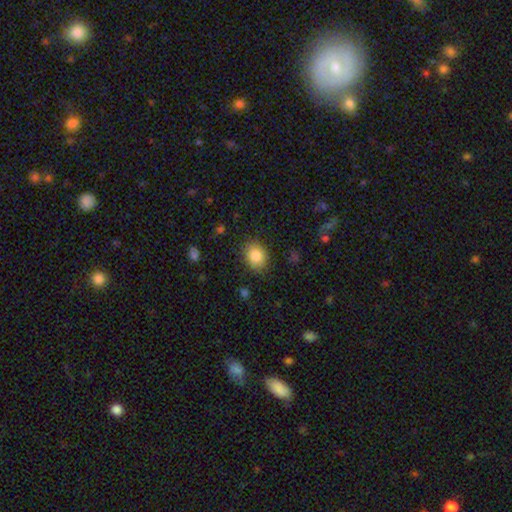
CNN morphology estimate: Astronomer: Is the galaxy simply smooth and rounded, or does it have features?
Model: smooth — 85%.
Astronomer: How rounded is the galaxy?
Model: round — 52% (runner-up: in between, 47%).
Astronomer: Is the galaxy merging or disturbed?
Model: none — 83%.